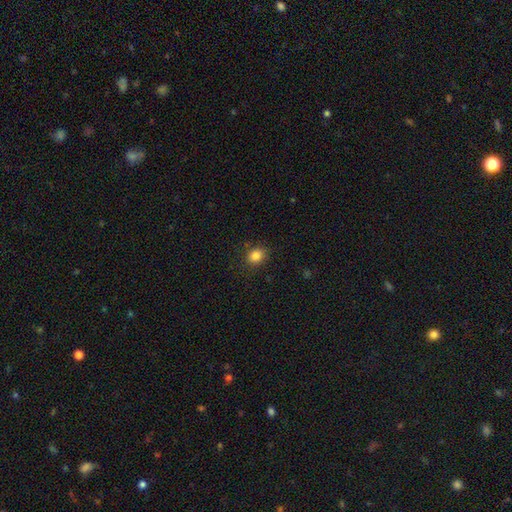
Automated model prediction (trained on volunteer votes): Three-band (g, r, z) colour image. It shows a smooth galaxy with no disk features (84%) that is round (67%). Merging: none (85%).